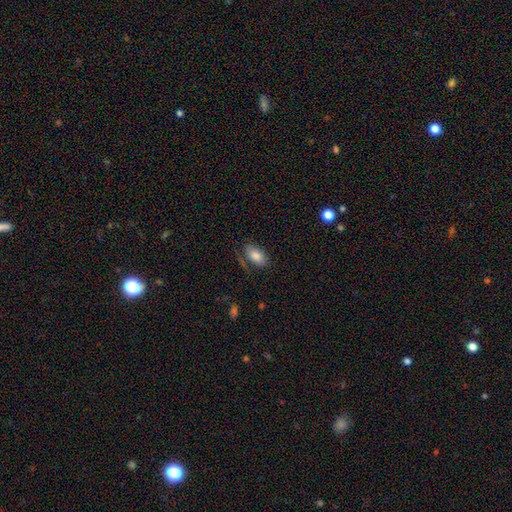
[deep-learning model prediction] This appears to be a smooth galaxy with no disk features (80%) that is in between round and cigar-shaped (93%). Merging: none (69%).